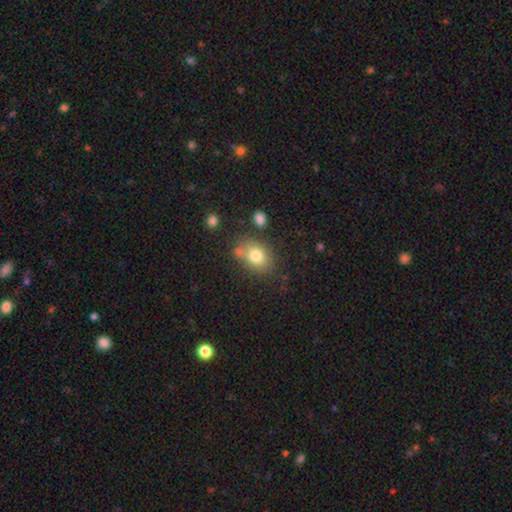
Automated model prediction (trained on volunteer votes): Smooth or featured?
  - smooth: 77% *
  - featured or disk: 13%
  - star or artifact: 10%
How rounded?
  - in between: 65% *
  - round: 34%
  - cigar-shaped: 1%
Merging?
  - none: 66% *
  - minor disturbance: 17%
  - merger: 12%
  - major disturbance: 5%